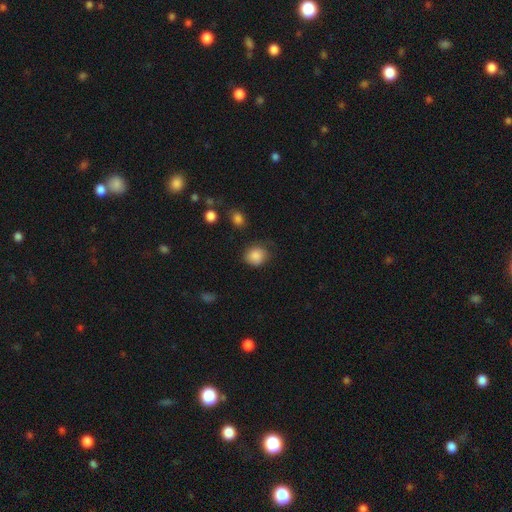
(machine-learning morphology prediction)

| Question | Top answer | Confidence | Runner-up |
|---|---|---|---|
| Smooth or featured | smooth | 86% | star or artifact (9%) |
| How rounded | round | 72% | in between (27%) |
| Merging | none | 69% | minor disturbance (23%) |